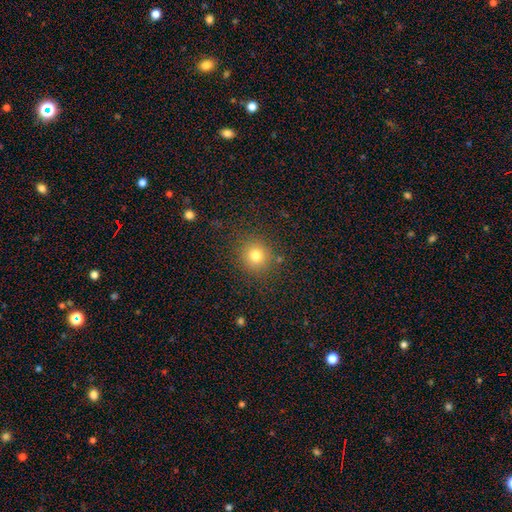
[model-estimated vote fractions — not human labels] This appears to be a smooth galaxy with no disk features (78%) that is round (89%). Merging: none (84%).